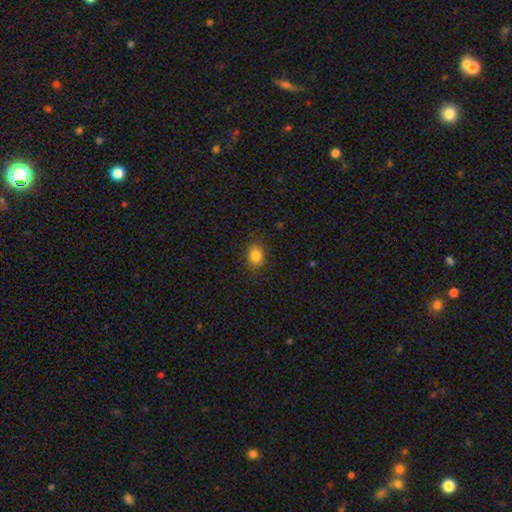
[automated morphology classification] Smooth or featured? smooth (84%)
How rounded? round (53%)
Merging? none (85%)